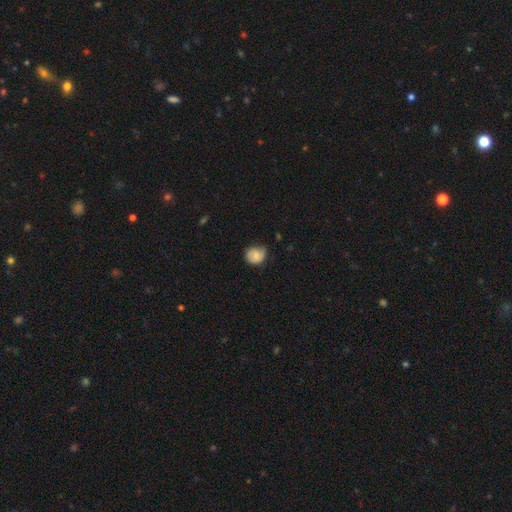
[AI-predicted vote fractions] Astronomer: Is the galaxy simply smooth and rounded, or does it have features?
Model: smooth — 69%.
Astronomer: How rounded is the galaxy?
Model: round — 72%.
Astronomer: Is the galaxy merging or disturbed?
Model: none — 53% (runner-up: minor disturbance, 37%).